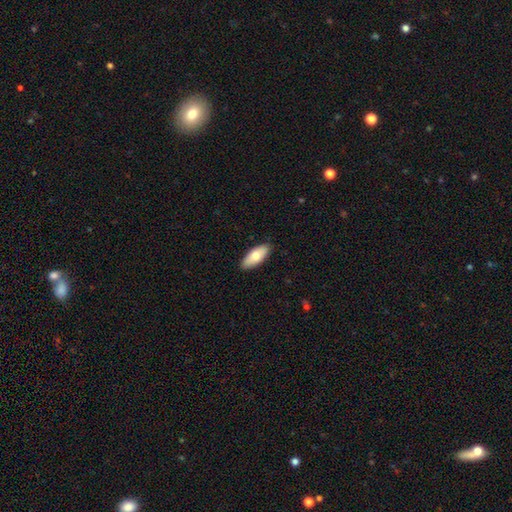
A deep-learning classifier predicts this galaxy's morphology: type=smooth (77%); roundness=in between (82%); merging=none (89%).